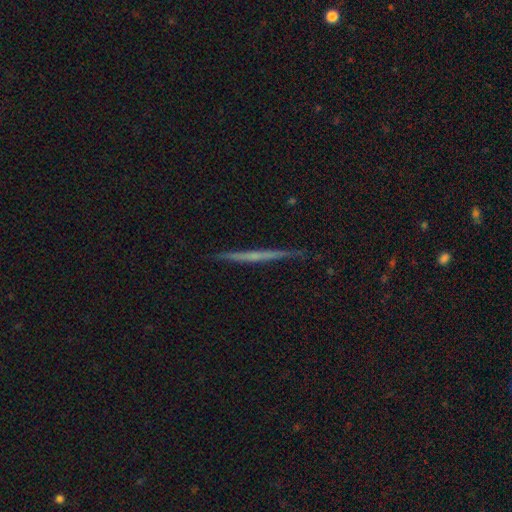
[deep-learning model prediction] This is possibly a featured or disk galaxy (59%). It is clearly viewed edge-on (98%). Edge-on bulge: clearly none (85%). Merging: clearly none (89%).